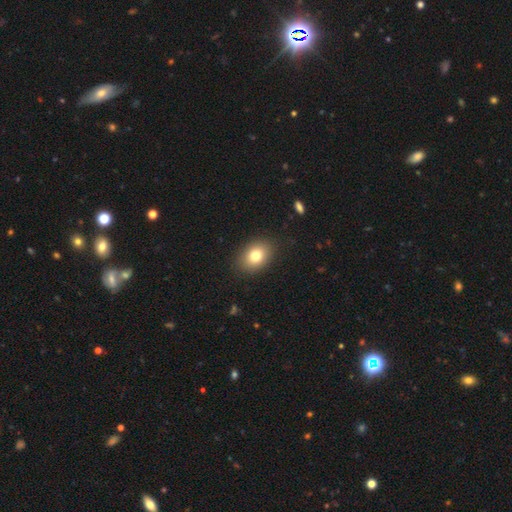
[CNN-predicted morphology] Q: Smooth or featured?
A: smooth (79%); runner-up: featured or disk (11%)
Q: How rounded?
A: in between (72%); runner-up: round (27%)
Q: Merging?
A: none (87%); runner-up: minor disturbance (9%)